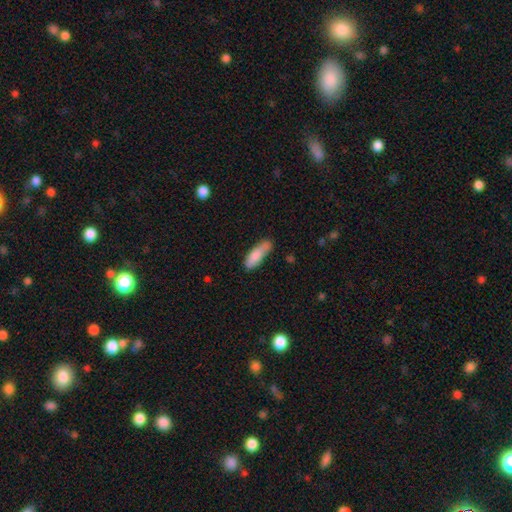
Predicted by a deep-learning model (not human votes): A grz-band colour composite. It shows a smooth galaxy with no disk features (83%) that is in between round and cigar-shaped (50%). Merging: none (61%).